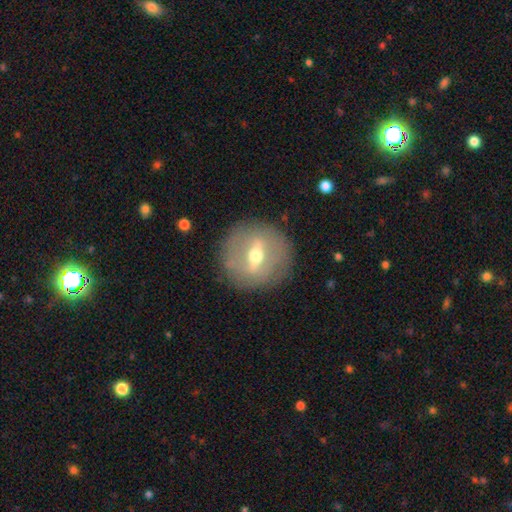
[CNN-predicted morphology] The model was most divided on "bar": strong: 56%, weak: 34%, no: 10%. More confident: merging — none (86%); spiral arms — no (82%); edge-on disk — no (75%); bulge size — moderate (70%); smooth or featured — featured or disk (69%).